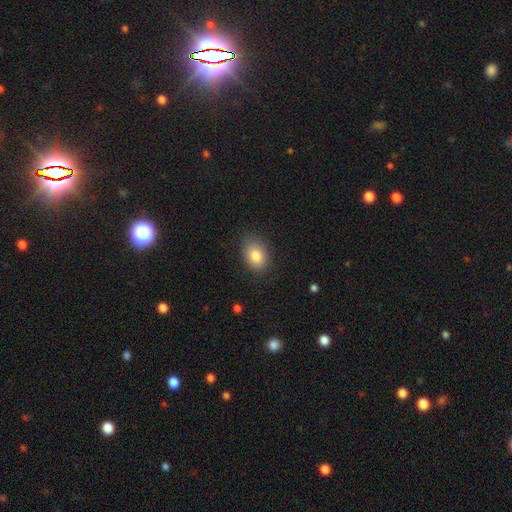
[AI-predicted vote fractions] A smooth galaxy with no disk features (82%) that is in between round and cigar-shaped (78%).

Vote fractions:
- Smooth or featured? smooth: 82% / featured or disk: 10% / star or artifact: 8%
- How rounded? in between: 78% / round: 21% / cigar-shaped: 1%
- Merging? none: 83% / minor disturbance: 13% / major disturbance: 3% / merger: 1%